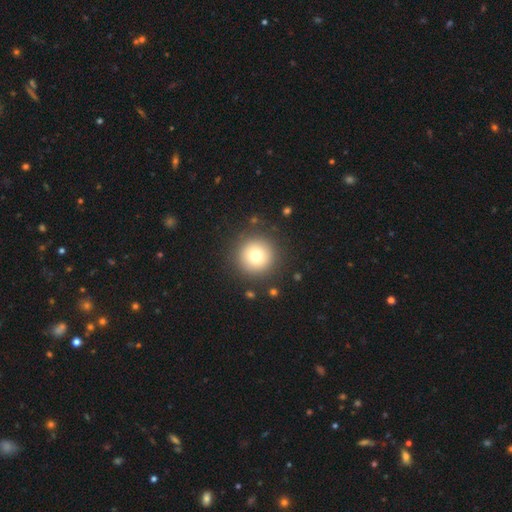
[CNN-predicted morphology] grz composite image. It shows a smooth galaxy with no disk features (76%) that is round (96%). Merging: none (89%).